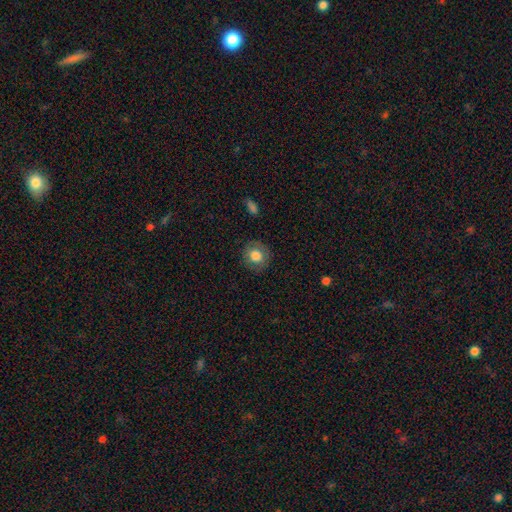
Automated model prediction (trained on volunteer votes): The model was most divided on "smooth or featured": smooth: 77%, featured or disk: 14%, star or artifact: 9%. More confident: how rounded — round (90%); merging — none (87%).